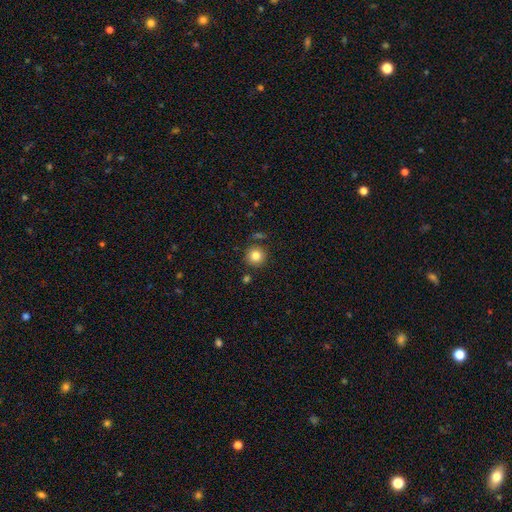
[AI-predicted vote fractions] Morphology: type=smooth (83%); roundness=round (94%); merging=none (84%).